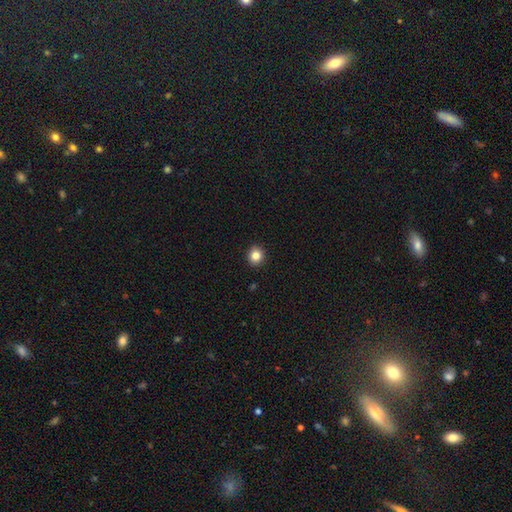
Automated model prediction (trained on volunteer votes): The model was most divided on "smooth or featured": smooth: 84%, star or artifact: 11%, featured or disk: 5%. More confident: merging — none (93%); how rounded — round (89%).